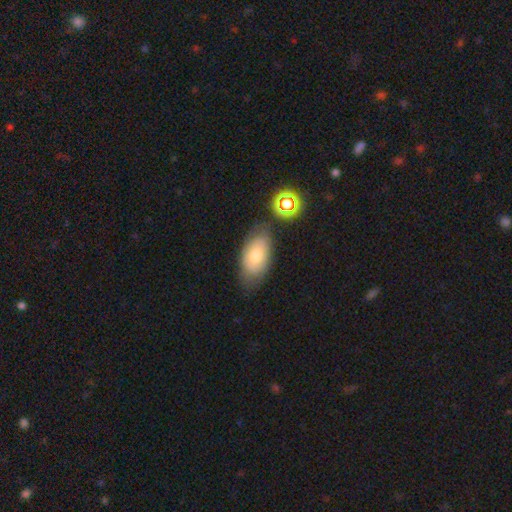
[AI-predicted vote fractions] Q: Smooth or featured?
A: smooth (70%); runner-up: featured or disk (21%)
Q: How rounded?
A: in between (91%); runner-up: round (6%)
Q: Merging?
A: none (70%); runner-up: minor disturbance (19%)